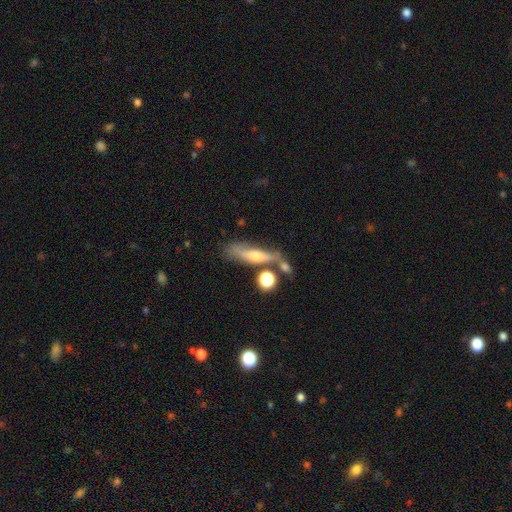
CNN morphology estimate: smooth-or-featured: featured or disk: 50% | smooth: 39% | star or artifact: 11%
  merging: none: 53% | minor disturbance: 20% | merger: 16% | major disturbance: 11%